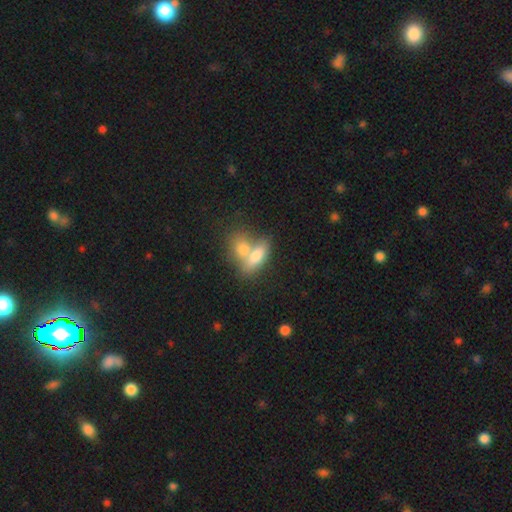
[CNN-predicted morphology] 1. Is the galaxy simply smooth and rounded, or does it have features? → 73% smooth, 21% featured or disk, 7% star or artifact.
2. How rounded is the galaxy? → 78% in between, 14% cigar-shaped, 8% round.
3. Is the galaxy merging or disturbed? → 65% merger, 24% none, 7% minor disturbance, 4% major disturbance.